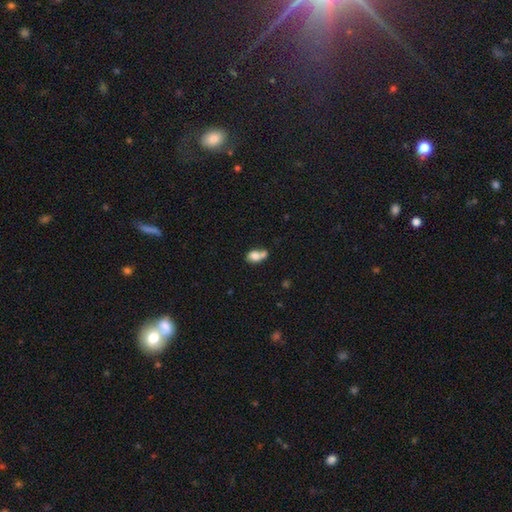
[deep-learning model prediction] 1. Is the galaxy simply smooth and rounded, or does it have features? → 75% smooth, 15% featured or disk, 10% star or artifact.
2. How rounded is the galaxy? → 65% in between, 33% round, 2% cigar-shaped.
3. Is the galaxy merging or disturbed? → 54% merger, 25% none, 13% minor disturbance, 8% major disturbance.